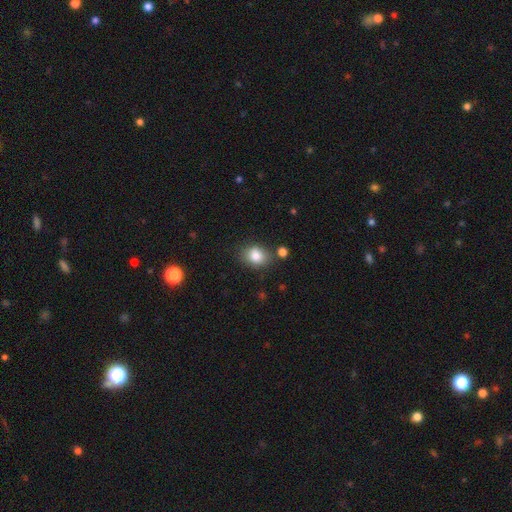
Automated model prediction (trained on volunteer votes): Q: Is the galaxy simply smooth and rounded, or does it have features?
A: smooth — 83%.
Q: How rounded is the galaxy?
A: in between — 53%.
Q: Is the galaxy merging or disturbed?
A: none — 74%.